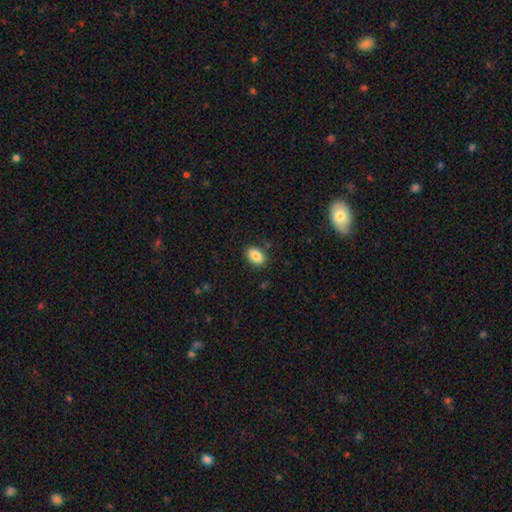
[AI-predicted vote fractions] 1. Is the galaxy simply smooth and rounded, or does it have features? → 87% smooth, 8% star or artifact, 5% featured or disk.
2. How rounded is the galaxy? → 85% in between, 13% round, 1% cigar-shaped.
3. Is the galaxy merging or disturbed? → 86% none, 10% minor disturbance, 3% major disturbance, 2% merger.